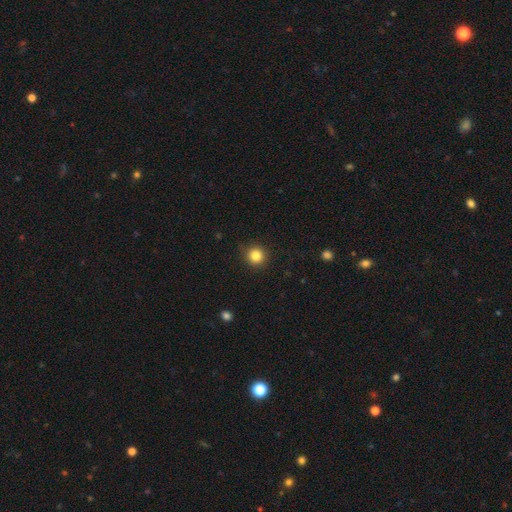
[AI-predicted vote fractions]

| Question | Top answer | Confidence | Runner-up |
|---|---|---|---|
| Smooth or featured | smooth | 84% | star or artifact (12%) |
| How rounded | round | 93% | in between (6%) |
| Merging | none | 89% | minor disturbance (8%) |